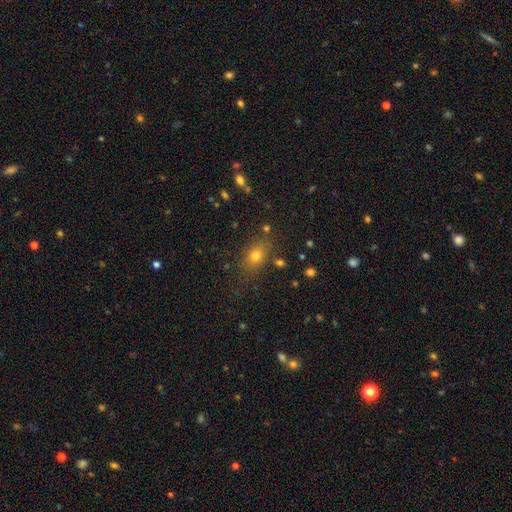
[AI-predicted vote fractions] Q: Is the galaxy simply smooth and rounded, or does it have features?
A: smooth — 71%.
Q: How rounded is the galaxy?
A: in between — 63%.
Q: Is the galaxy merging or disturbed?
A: none — 77%.